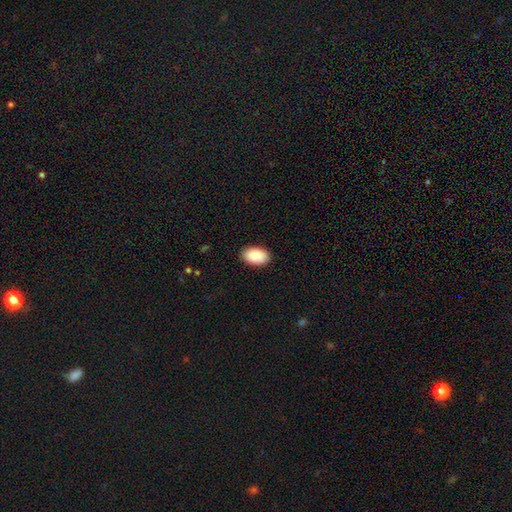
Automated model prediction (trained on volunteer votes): A smooth galaxy with no disk features (91%) that is in between round and cigar-shaped (94%).

Vote fractions:
- Smooth or featured? smooth: 91% / star or artifact: 6% / featured or disk: 3%
- How rounded? in between: 94% / round: 5% / cigar-shaped: 1%
- Merging? none: 90% / minor disturbance: 8% / major disturbance: 2% / merger: 1%